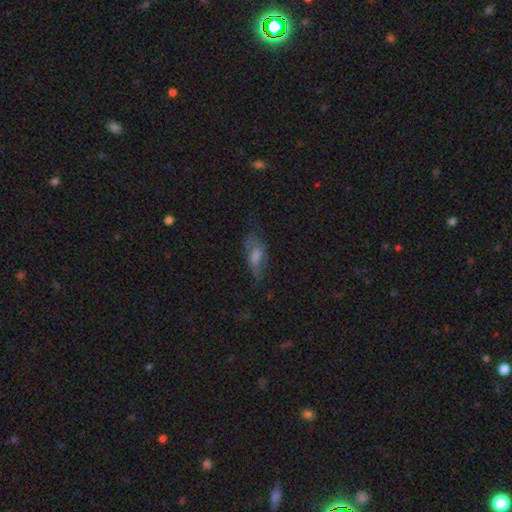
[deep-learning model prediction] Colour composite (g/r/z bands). It shows a smooth galaxy with no disk features (46%). Merging: none (54%).